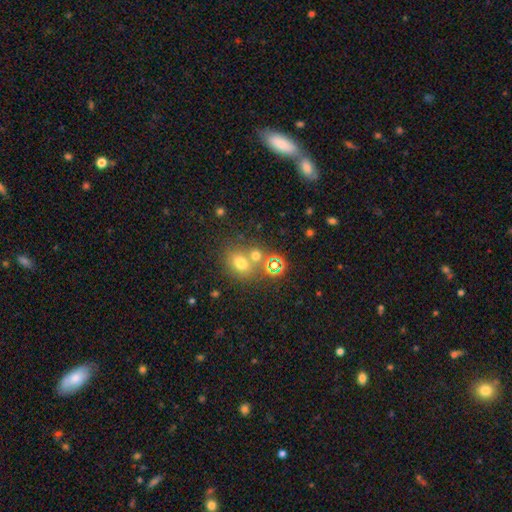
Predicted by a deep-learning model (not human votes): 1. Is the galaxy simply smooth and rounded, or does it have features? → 62% smooth, 27% star or artifact, 11% featured or disk.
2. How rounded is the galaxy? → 60% round, 38% in between, 1% cigar-shaped.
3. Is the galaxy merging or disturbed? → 52% none, 35% merger, 9% minor disturbance, 4% major disturbance.